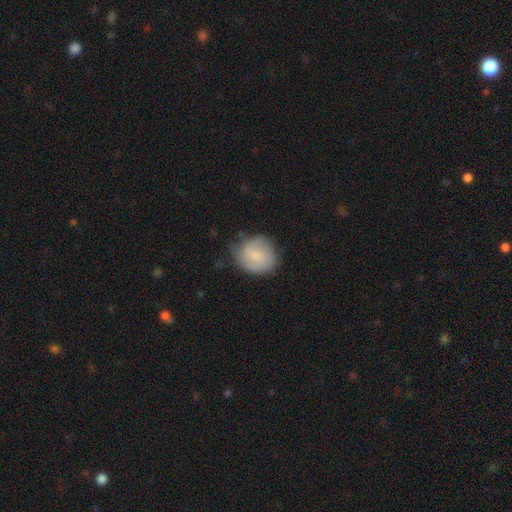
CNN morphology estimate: Q: Smooth or featured?
A: smooth (52%); runner-up: featured or disk (41%)
Q: How rounded?
A: round (78%); runner-up: in between (21%)
Q: Merging?
A: none (68%); runner-up: minor disturbance (23%)